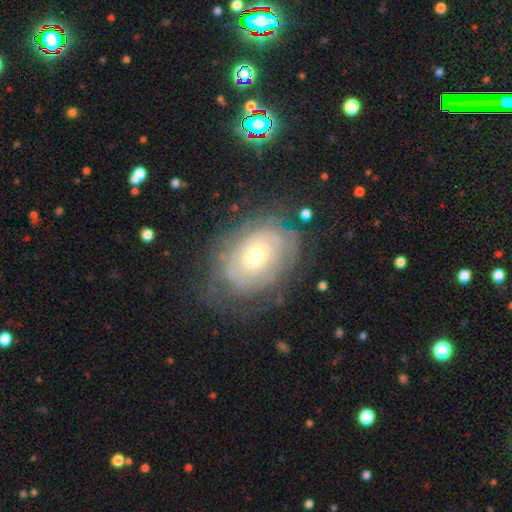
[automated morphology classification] The model was most divided on "bulge size": moderate: 48%, small: 44%, large: 5%, dominant: 1%, none: 1%. More confident: edge-on disk — no (95%); spiral arms — yes (82%); bar — no (80%); spiral winding — tight (77%); smooth or featured — featured or disk (76%); merging — none (70%); spiral arm count — can't tell (60%).